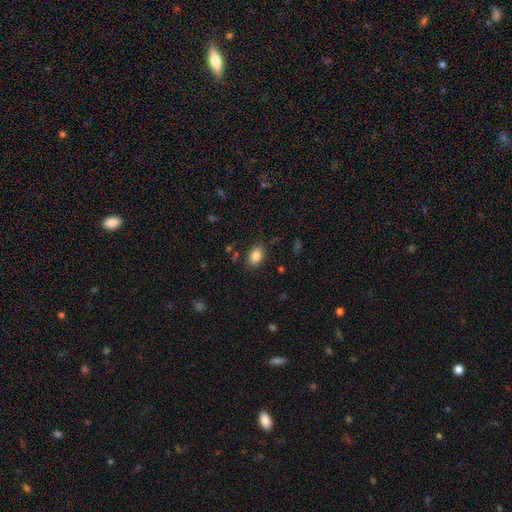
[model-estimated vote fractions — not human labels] Smooth or featured? smooth (85%)
How rounded? in between (82%)
Merging? none (83%)